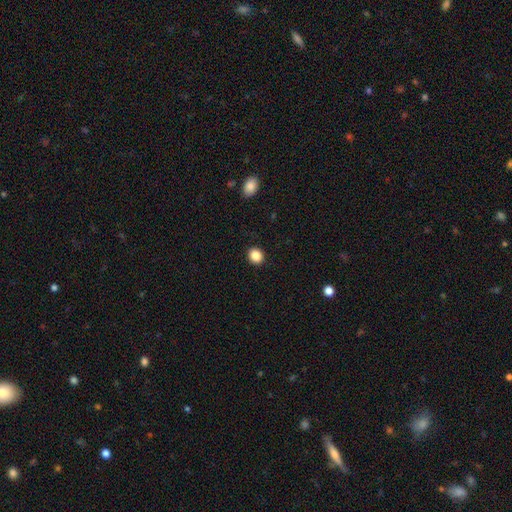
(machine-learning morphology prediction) Q: Smooth or featured?
A: smooth (86%); runner-up: star or artifact (10%)
Q: How rounded?
A: round (70%); runner-up: in between (29%)
Q: Merging?
A: none (91%); runner-up: minor disturbance (6%)